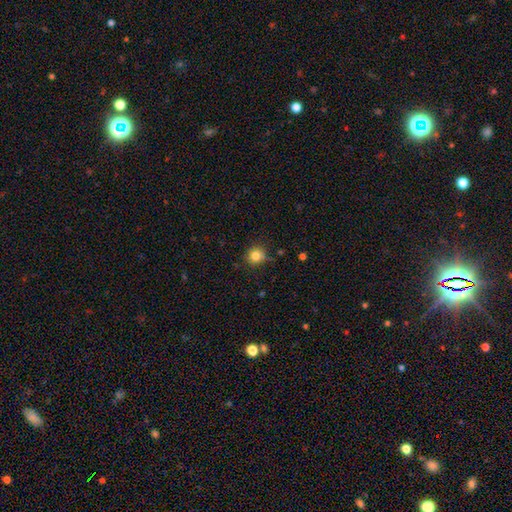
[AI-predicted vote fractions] Smooth or featured? smooth (83%)
How rounded? round (90%)
Merging? none (79%)